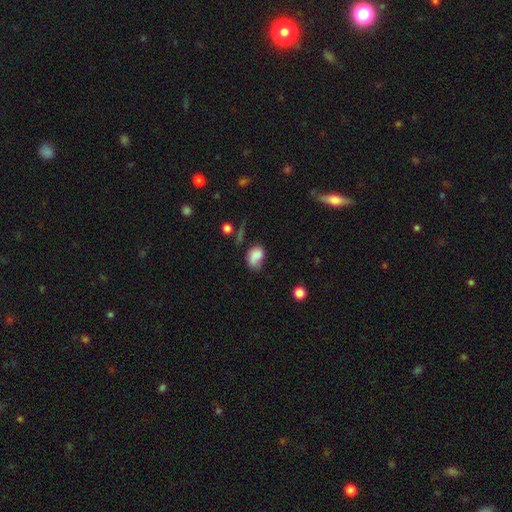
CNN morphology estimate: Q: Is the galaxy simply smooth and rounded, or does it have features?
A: smooth — 77%.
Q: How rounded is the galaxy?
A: in between — 73%.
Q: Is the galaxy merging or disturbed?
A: none — 38%.